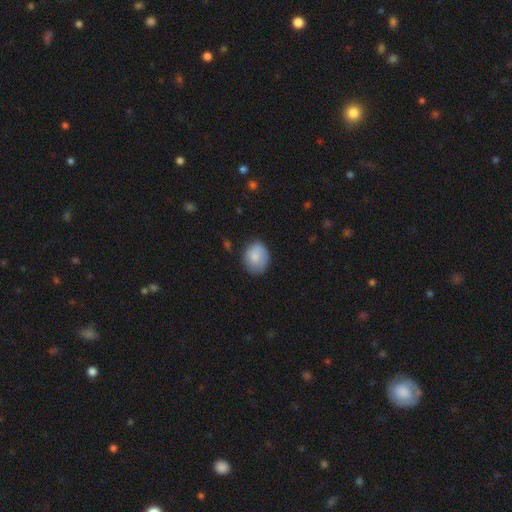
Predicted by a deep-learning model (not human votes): Smooth or featured? Predicted: smooth (p=0.81). How rounded? Predicted: round (p=0.57). Merging? Predicted: none (p=0.69).